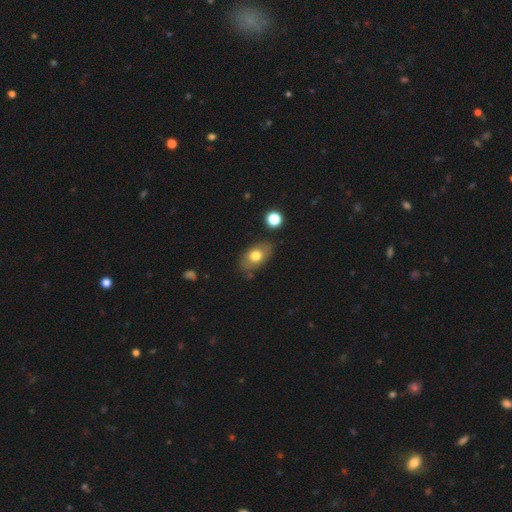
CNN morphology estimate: Q: Smooth or featured?
A: smooth (71%); runner-up: featured or disk (21%)
Q: How rounded?
A: in between (86%); runner-up: round (12%)
Q: Merging?
A: none (79%); runner-up: minor disturbance (14%)